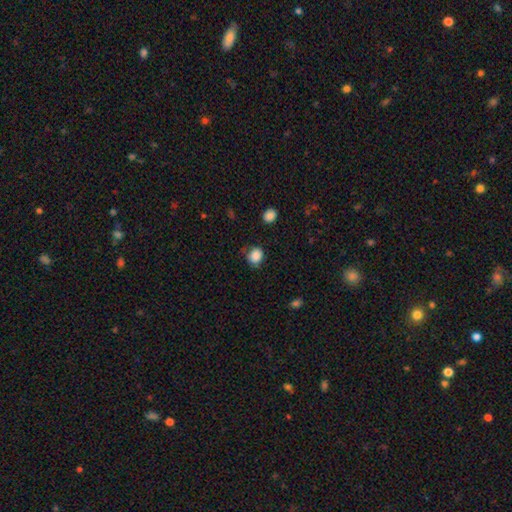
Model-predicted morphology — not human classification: smooth-or-featured: smooth: 87% | star or artifact: 10% | featured or disk: 4%
  how-rounded: round: 72% | in between: 27% | cigar-shaped: 1%
  merging: none: 70% | minor disturbance: 21% | major disturbance: 6% | merger: 3%